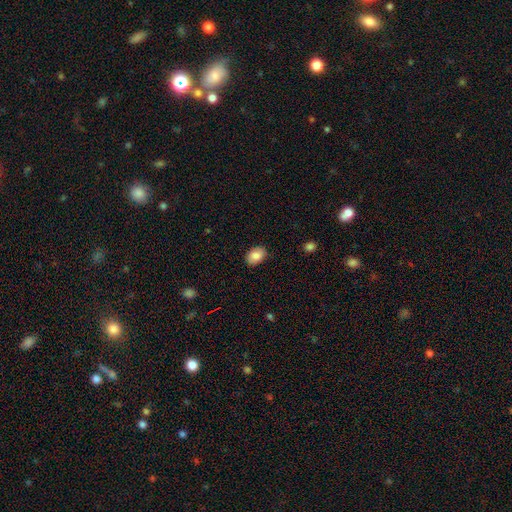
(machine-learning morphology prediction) smooth 86%, star or artifact 7%, featured or disk 6%. Down the decision tree: how rounded — in between (81%); merging — none (85%).